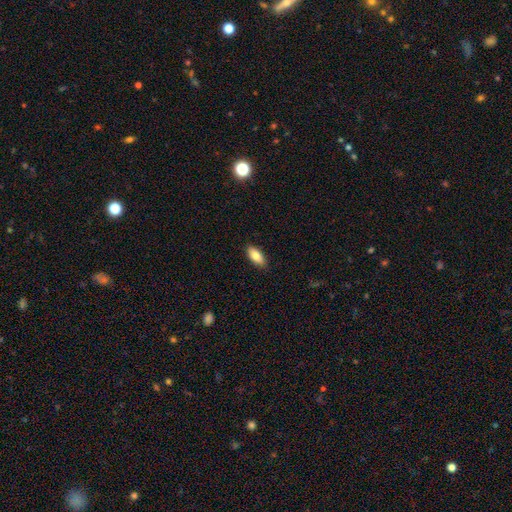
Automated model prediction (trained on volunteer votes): Smooth or featured: smooth — 83% (featured or disk — 10%)
How rounded: in between — 87% (cigar-shaped — 11%)
Merging: none — 88% (minor disturbance — 9%)